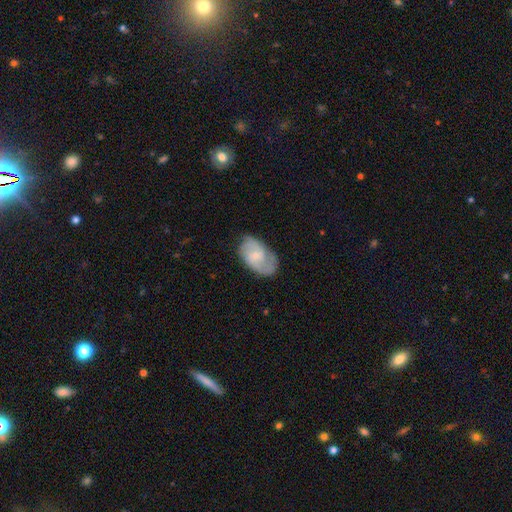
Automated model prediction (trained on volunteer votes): The model was most divided on "bar": no: 50%, weak: 44%, strong: 6%. Remaining: edge-on disk — no (97%); spiral arms — yes (92%); spiral arm count — 2 (70%); merging — none (69%); smooth or featured — featured or disk (68%); bulge size — small (62%); spiral winding — medium (48%).